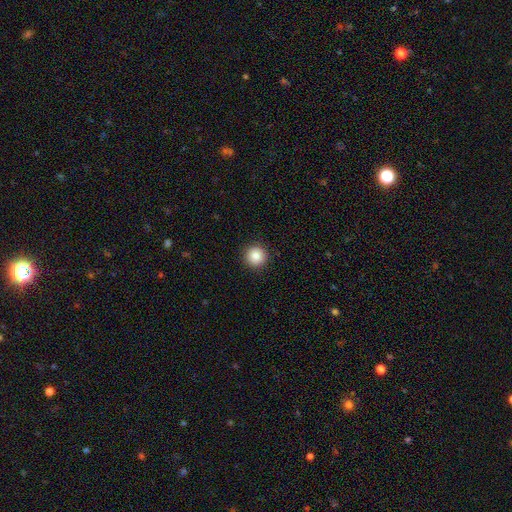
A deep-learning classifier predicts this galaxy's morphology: Q: Smooth or featured?
A: smooth (85%); runner-up: star or artifact (10%)
Q: How rounded?
A: round (96%); runner-up: in between (3%)
Q: Merging?
A: none (93%); runner-up: minor disturbance (5%)